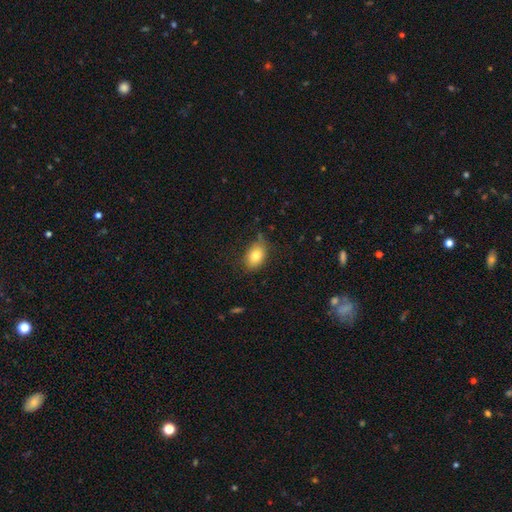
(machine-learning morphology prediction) type=smooth (81%); roundness=in between (77%); merging=none (75%).